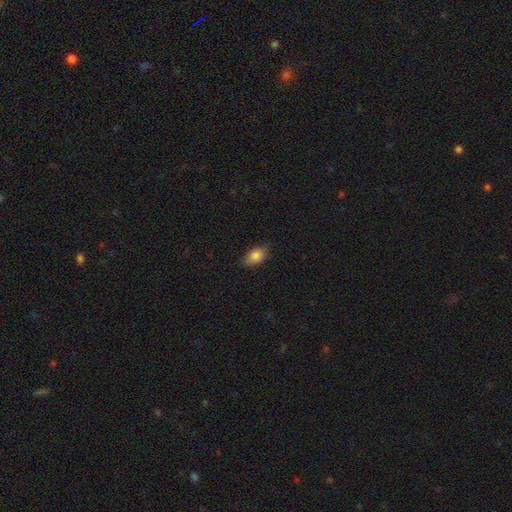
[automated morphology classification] This is clearly a smooth galaxy (83%). How rounded: clearly in between (87%). Merging: likely none (75%).